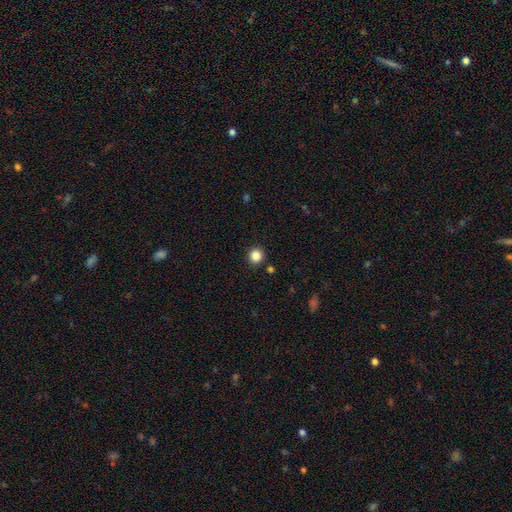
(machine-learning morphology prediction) Smooth or featured? smooth (85%)
How rounded? round (94%)
Merging? none (91%)